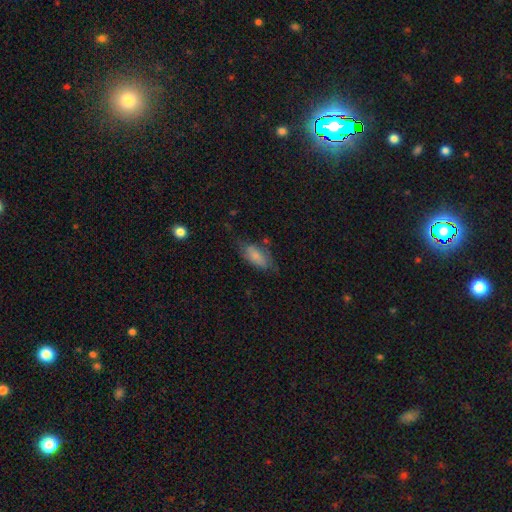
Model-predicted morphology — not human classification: Smooth or featured? Predicted: smooth (p=0.74). How rounded? Predicted: in between (p=0.87). Merging? Predicted: none (p=0.55).